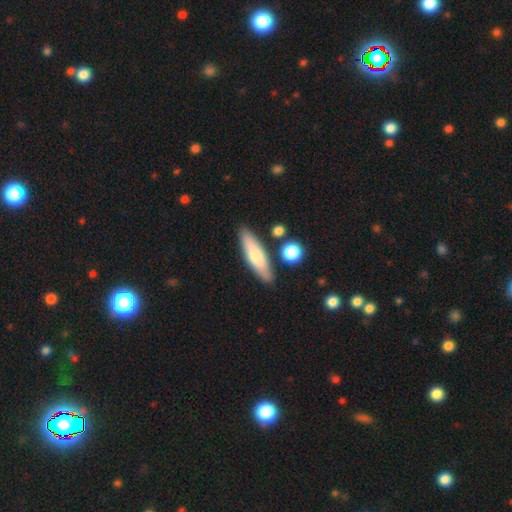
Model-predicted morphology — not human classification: The model was most divided on "how rounded": cigar-shaped: 66%, in between: 32%, round: 2%. More confident: merging — none (82%); smooth or featured — smooth (71%).